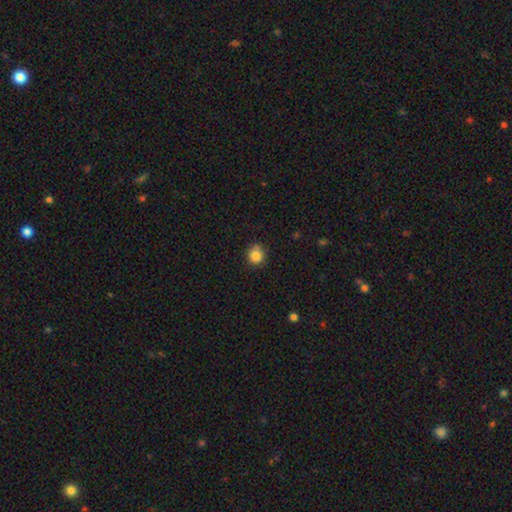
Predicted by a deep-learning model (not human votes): Smooth or featured?
  - smooth: 84% *
  - star or artifact: 11%
  - featured or disk: 5%
How rounded?
  - round: 88% *
  - in between: 11%
  - cigar-shaped: 1%
Merging?
  - none: 76% *
  - minor disturbance: 18%
  - major disturbance: 3%
  - merger: 3%